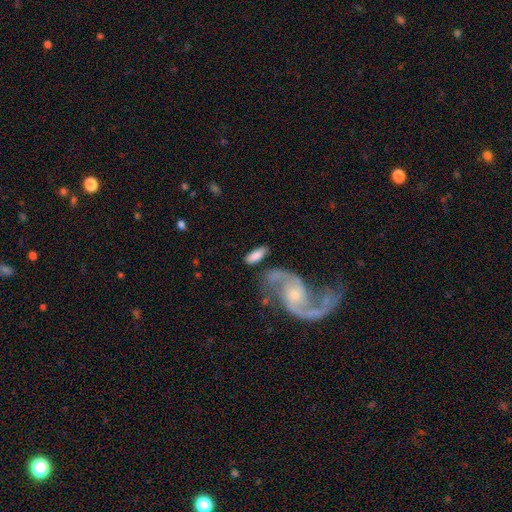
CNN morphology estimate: smooth-or-featured: smooth: 70% | featured or disk: 24% | star or artifact: 6%
  how-rounded: in between: 76% | cigar-shaped: 21% | round: 3%
  merging: none: 58% | minor disturbance: 16% | merger: 16% | major disturbance: 9%